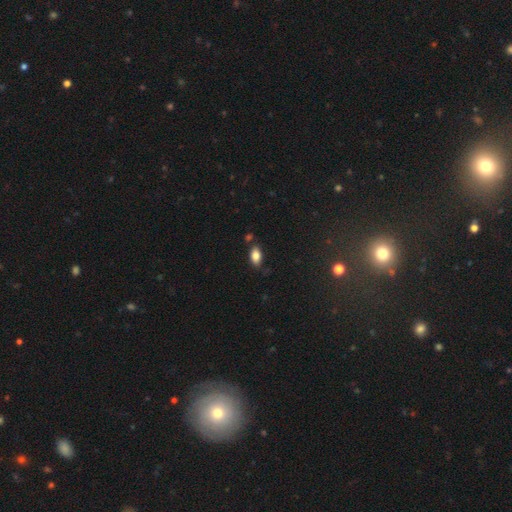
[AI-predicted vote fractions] Smooth or featured? Predicted: smooth (p=0.83). How rounded? Predicted: in between (p=0.91). Merging? Predicted: none (p=0.78).